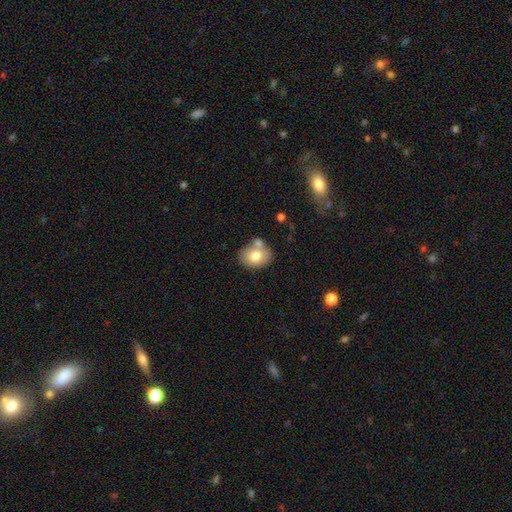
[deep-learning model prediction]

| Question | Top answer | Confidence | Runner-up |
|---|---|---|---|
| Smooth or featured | smooth | 75% | featured or disk (17%) |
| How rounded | in between | 53% | round (46%) |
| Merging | none | 57% | merger (25%) |